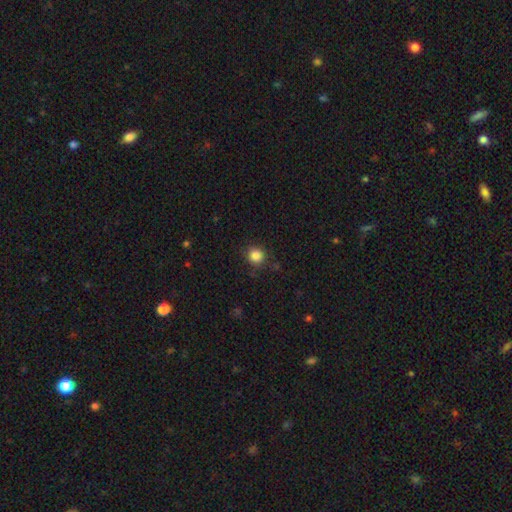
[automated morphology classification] Overall: smooth (85%). How rounded: round (91%). Merging: none (86%).